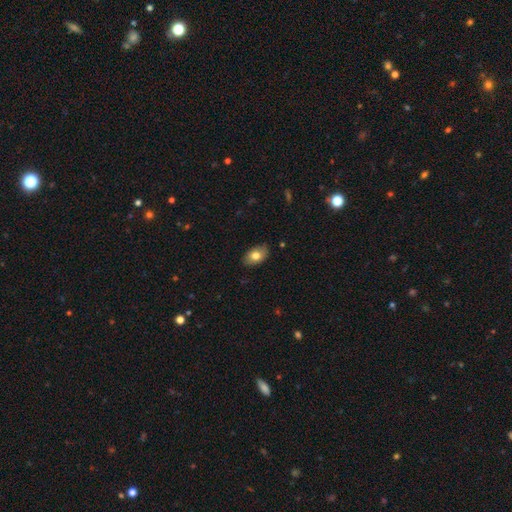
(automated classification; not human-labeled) This appears to be a smooth galaxy with no disk features (78%) that is in between round and cigar-shaped (88%). Merging: none (84%).